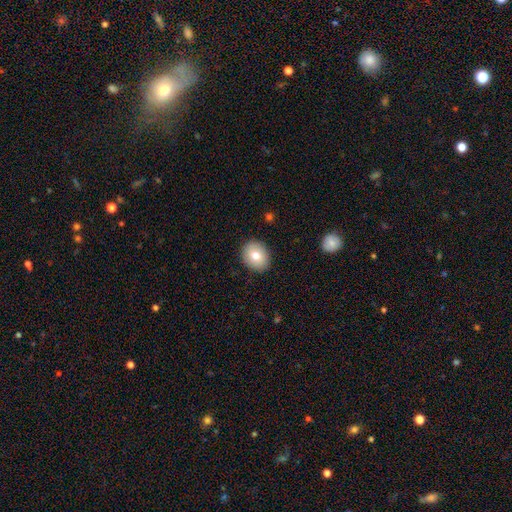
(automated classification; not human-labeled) Smooth or featured: smooth — 77% (featured or disk — 14%)
How rounded: round — 64% (in between — 35%)
Merging: none — 89% (minor disturbance — 8%)